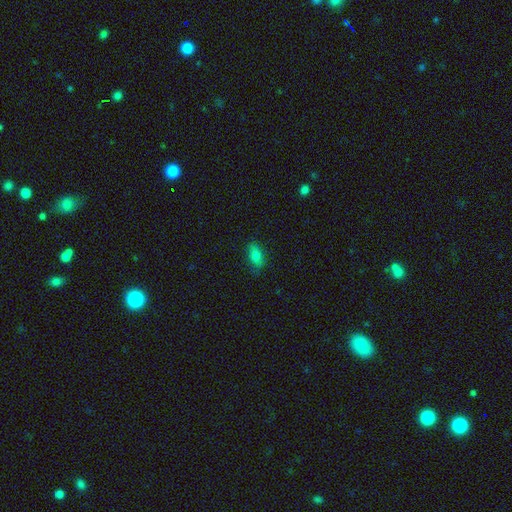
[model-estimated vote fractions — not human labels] A smooth galaxy with no disk features (79%) that is in between round and cigar-shaped (85%).

Vote fractions:
- Smooth or featured? smooth: 79% / featured or disk: 11% / star or artifact: 10%
- How rounded? in between: 85% / cigar-shaped: 8% / round: 7%
- Merging? none: 79% / minor disturbance: 16% / major disturbance: 3% / merger: 1%